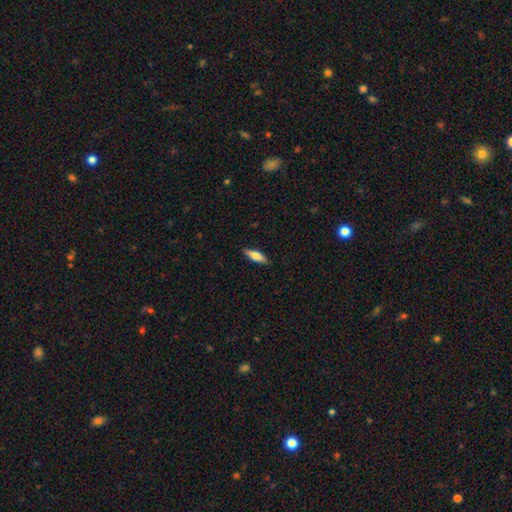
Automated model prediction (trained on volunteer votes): A smooth galaxy with no disk features (59%) that is cigar-shaped (53%).

Vote fractions:
- Smooth or featured? smooth: 59% / featured or disk: 35% / star or artifact: 6%
- How rounded? cigar-shaped: 53% / in between: 44% / round: 2%
- Merging? none: 88% / minor disturbance: 9% / major disturbance: 2% / merger: 1%